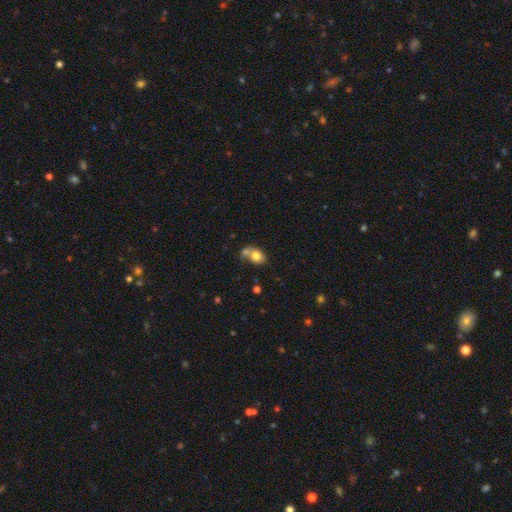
Smooth or featured: smooth — 76% (featured or disk — 16%)
How rounded: round — 62% (in between — 38%)
Merging: merger — 51% (none — 23%)